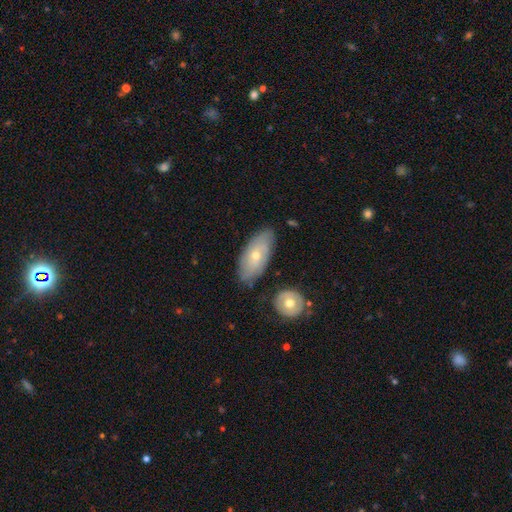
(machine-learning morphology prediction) Smooth or featured: featured or disk — 49% (smooth — 44%)
Merging: none — 75% (minor disturbance — 18%)